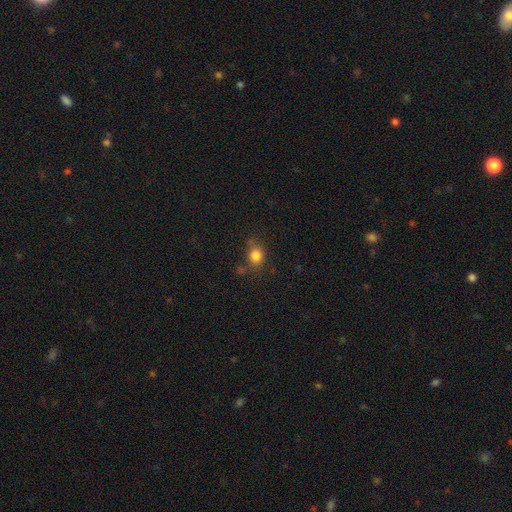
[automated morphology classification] Smooth or featured?
  - smooth: 81% *
  - star or artifact: 12%
  - featured or disk: 7%
How rounded?
  - round: 61% *
  - in between: 38%
  - cigar-shaped: 1%
Merging?
  - none: 66% *
  - minor disturbance: 20%
  - merger: 7%
  - major disturbance: 7%